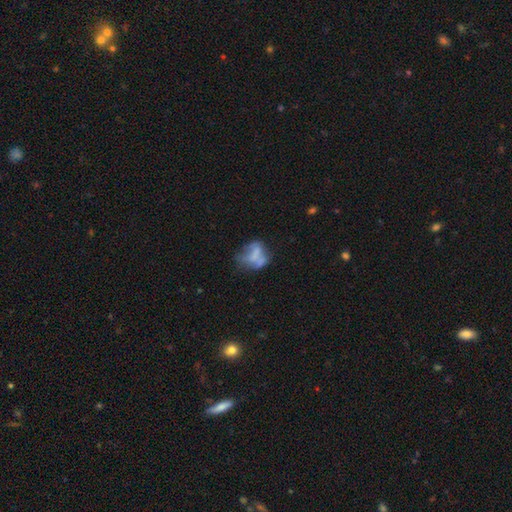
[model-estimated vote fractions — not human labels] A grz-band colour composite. It shows a smooth galaxy with no disk features (45%). Merging: none (33%).